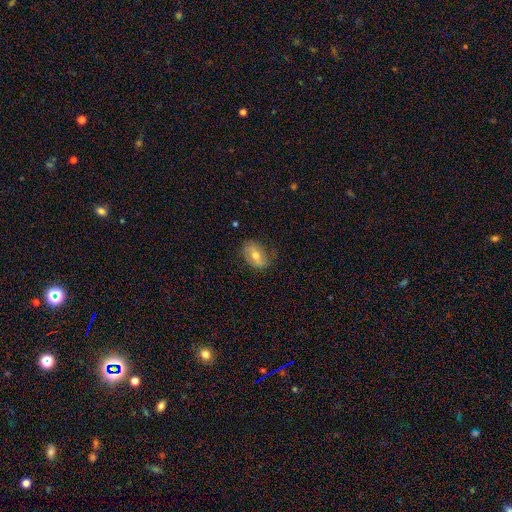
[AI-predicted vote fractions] This is possibly a smooth galaxy (50%). How rounded: likely in between (80%). Merging: likely none (71%).